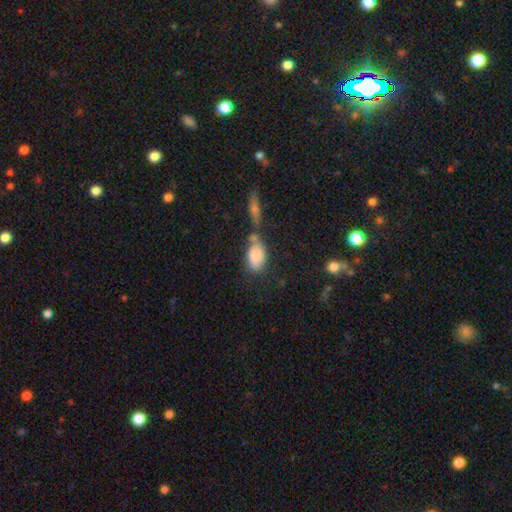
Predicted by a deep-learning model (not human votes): smooth_or_featured: smooth (p=0.83) [alt: featured or disk p=0.10]
how_rounded: in between (p=0.88) [alt: round p=0.09]
merging: none (p=0.40) [alt: merger p=0.34]